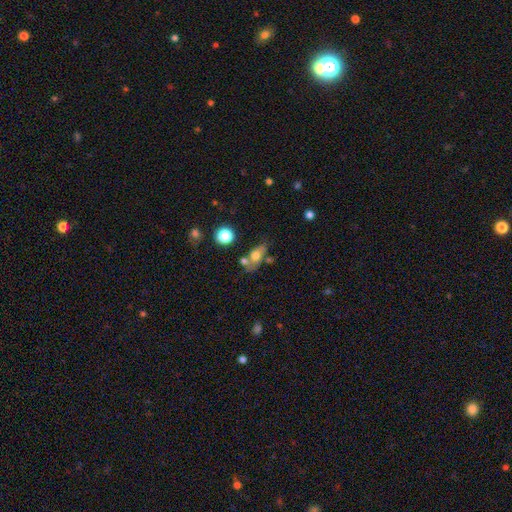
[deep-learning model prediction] The model was most divided on "merging": none: 49%, merger: 23%, minor disturbance: 19%, major disturbance: 8%. More confident: how rounded — in between (70%); smooth or featured — smooth (63%).